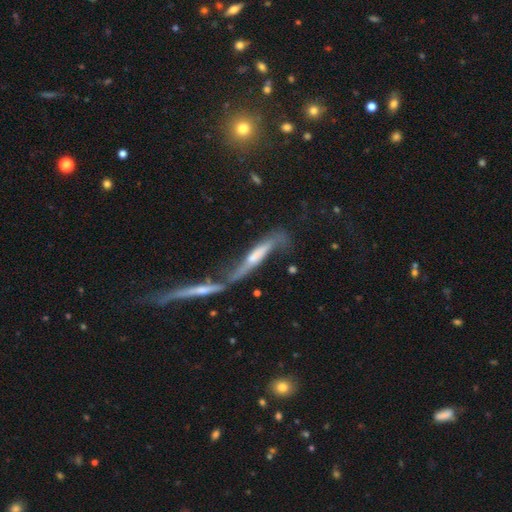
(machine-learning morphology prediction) A featured or disk galaxy (68%) viewed edge-on (58%).

Vote fractions:
- Smooth or featured? featured or disk: 68% / smooth: 19% / star or artifact: 13%
- Edge-on disk? yes: 58% / no: 42%
- Merging? merger: 49% / none: 25% / major disturbance: 14% / minor disturbance: 12%